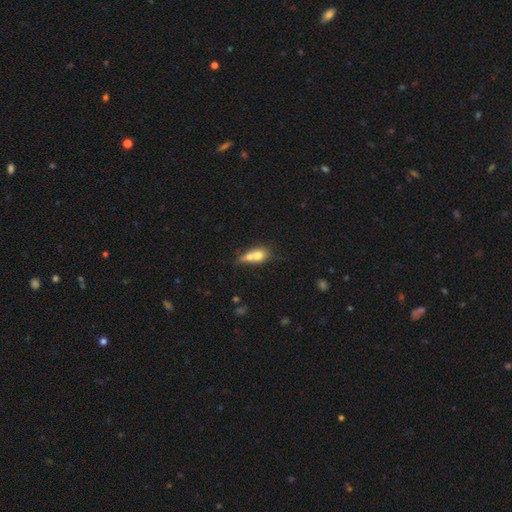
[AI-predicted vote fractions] This appears to be a smooth galaxy with no disk features (68%) that is in between round and cigar-shaped (53%). Merging: merger (65%).